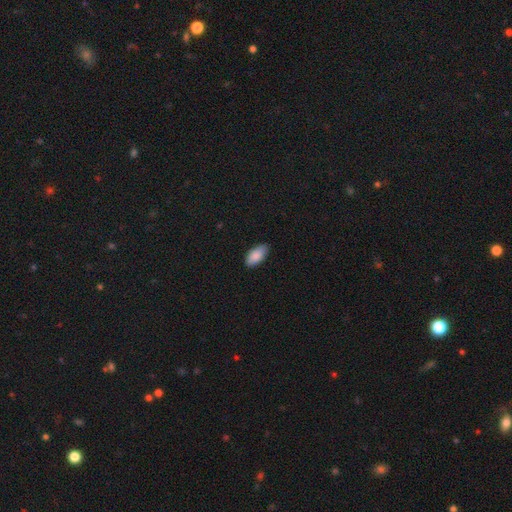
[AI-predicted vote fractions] Morphology: type=smooth (88%); roundness=in between (92%); merging=none (85%).